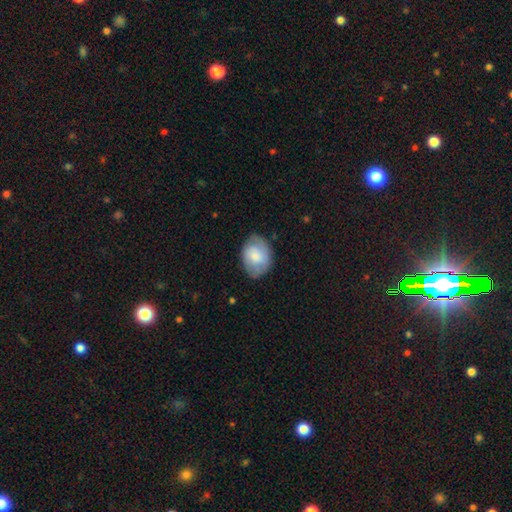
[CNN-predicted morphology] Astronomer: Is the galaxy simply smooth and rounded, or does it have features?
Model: smooth — 71%.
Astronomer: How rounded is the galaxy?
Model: in between — 67%.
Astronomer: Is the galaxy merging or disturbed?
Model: none — 72%.